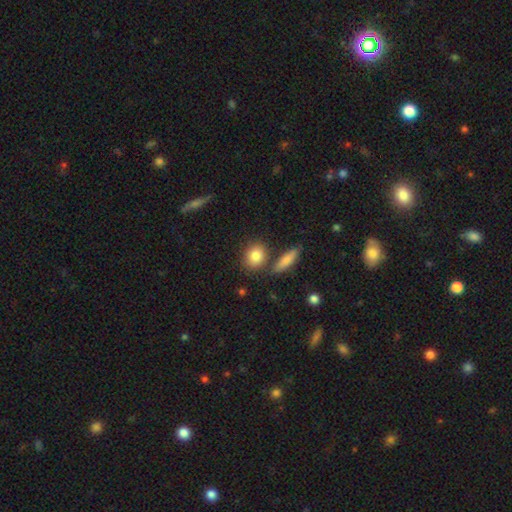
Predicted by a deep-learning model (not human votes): Smooth or featured?
  - smooth: 83% *
  - featured or disk: 9%
  - star or artifact: 8%
How rounded?
  - round: 56% *
  - in between: 40%
  - cigar-shaped: 4%
Merging?
  - none: 71% *
  - merger: 14%
  - minor disturbance: 11%
  - major disturbance: 3%